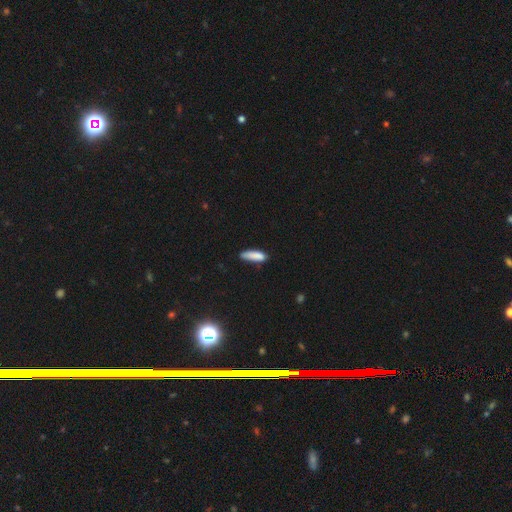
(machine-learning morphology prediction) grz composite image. It shows a smooth galaxy with no disk features (85%) that is cigar-shaped (58%). Merging: none (62%).